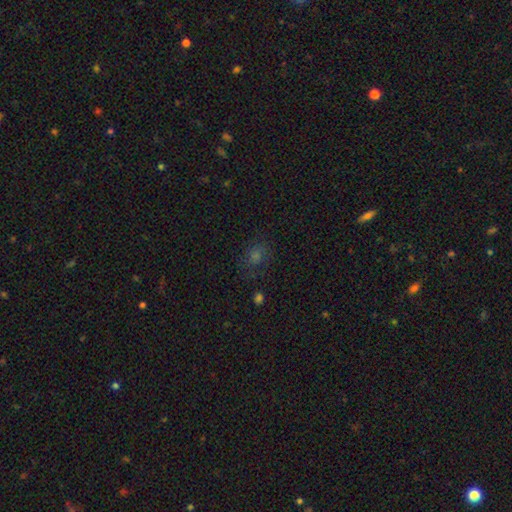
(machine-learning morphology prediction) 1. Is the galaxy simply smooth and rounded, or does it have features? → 50% smooth, 35% star or artifact, 15% featured or disk.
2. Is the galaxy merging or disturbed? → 76% none, 15% minor disturbance, 7% major disturbance, 2% merger.